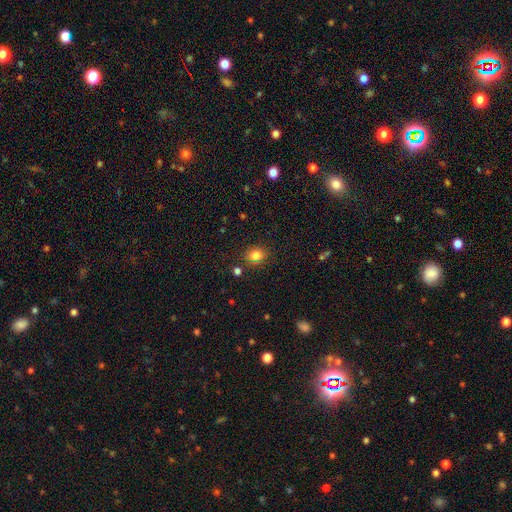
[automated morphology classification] Smooth or featured? smooth (80%)
How rounded? round (62%)
Merging? none (80%)